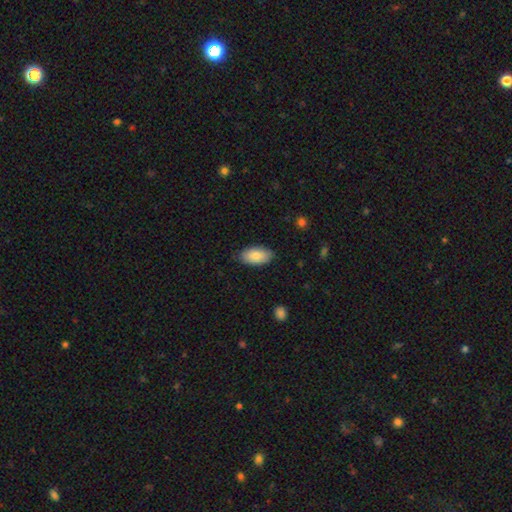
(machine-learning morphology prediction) Q: Smooth or featured?
A: smooth (80%); runner-up: featured or disk (14%)
Q: How rounded?
A: in between (94%); runner-up: round (3%)
Q: Merging?
A: none (83%); runner-up: minor disturbance (14%)